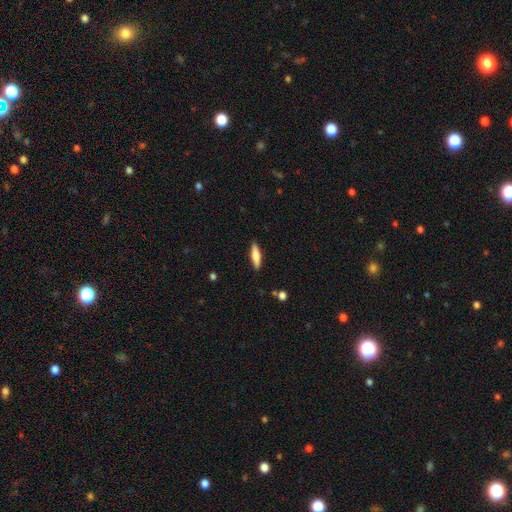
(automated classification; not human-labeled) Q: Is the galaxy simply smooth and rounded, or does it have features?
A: smooth — 70%.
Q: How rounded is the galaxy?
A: cigar-shaped — 70%.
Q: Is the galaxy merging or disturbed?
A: none — 89%.